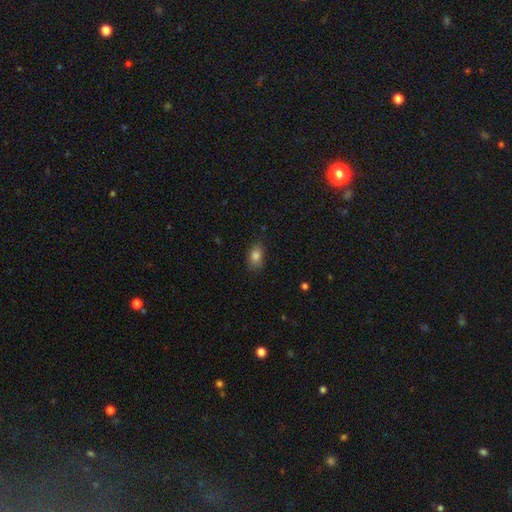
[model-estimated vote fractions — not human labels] Overall: smooth (84%). How rounded: in between (81%). Merging: none (79%).